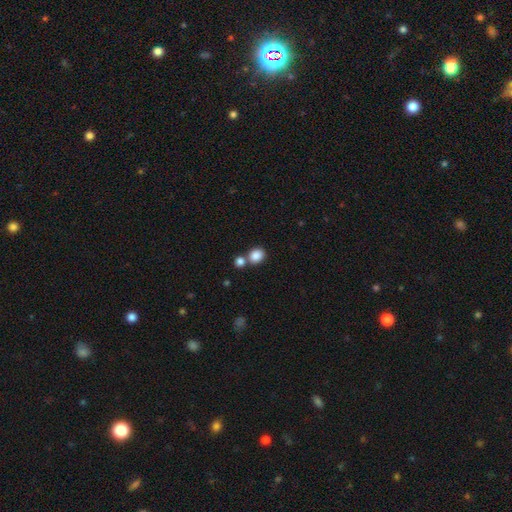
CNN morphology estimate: smooth-or-featured: smooth: 86% | star or artifact: 9% | featured or disk: 5%
  how-rounded: round: 64% | in between: 35% | cigar-shaped: 1%
  merging: none: 60% | merger: 29% | minor disturbance: 9% | major disturbance: 3%